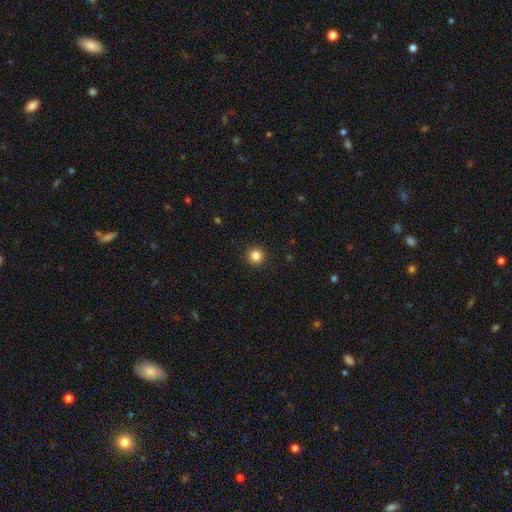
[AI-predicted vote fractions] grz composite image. It shows a smooth galaxy with no disk features (84%) that is round (96%). Merging: none (93%).